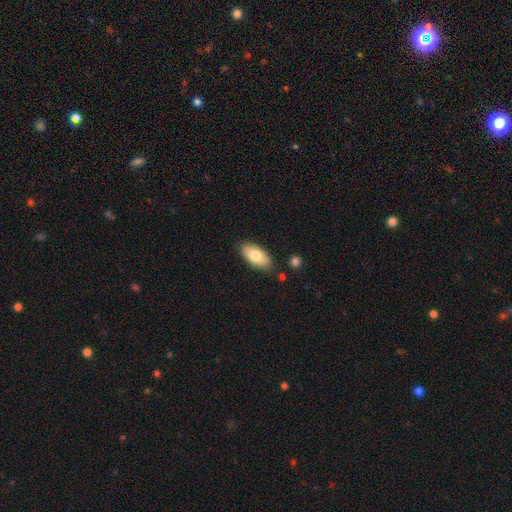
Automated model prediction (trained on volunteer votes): smooth_or_featured: smooth (p=0.77) [alt: featured or disk p=0.17]
how_rounded: in between (p=0.91) [alt: cigar-shaped p=0.06]
merging: none (p=0.84) [alt: minor disturbance p=0.11]